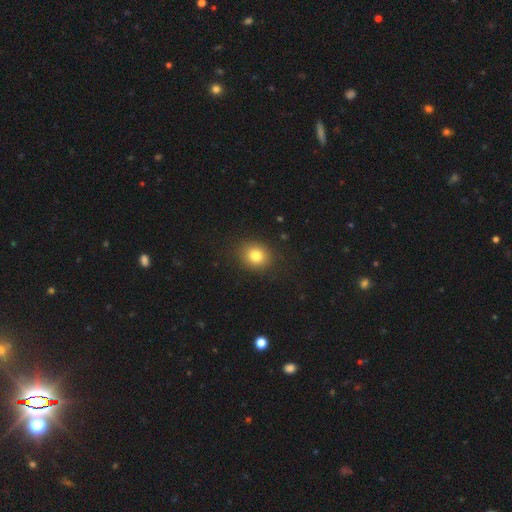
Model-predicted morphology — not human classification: smooth 81%, star or artifact 11%, featured or disk 8%. Down the decision tree: how rounded — round (70%); merging — none (88%).